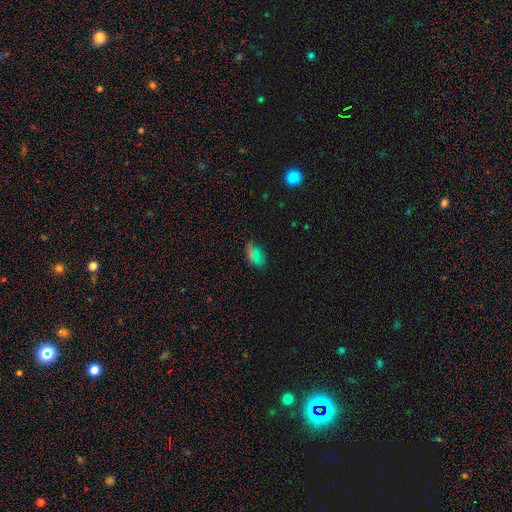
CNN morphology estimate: smooth_or_featured: smooth (p=0.62) [alt: star or artifact p=0.30]
how_rounded: in between (p=0.85) [alt: round p=0.10]
merging: none (p=0.79) [alt: minor disturbance p=0.14]